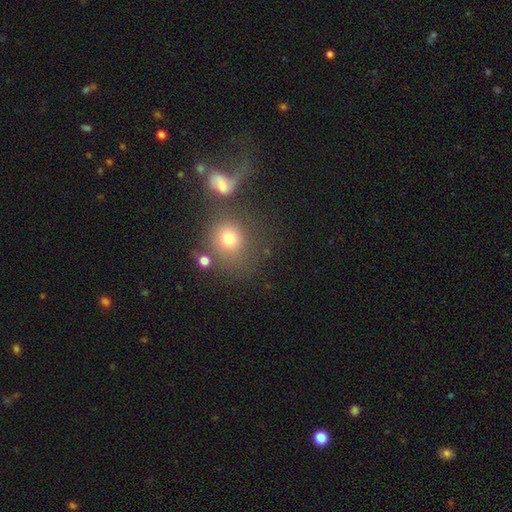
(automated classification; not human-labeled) smooth-or-featured: smooth: 55% | star or artifact: 25% | featured or disk: 20%
  how-rounded: round: 80% | in between: 19% | cigar-shaped: 2%
  merging: merger: 50% | none: 30% | major disturbance: 11% | minor disturbance: 9%